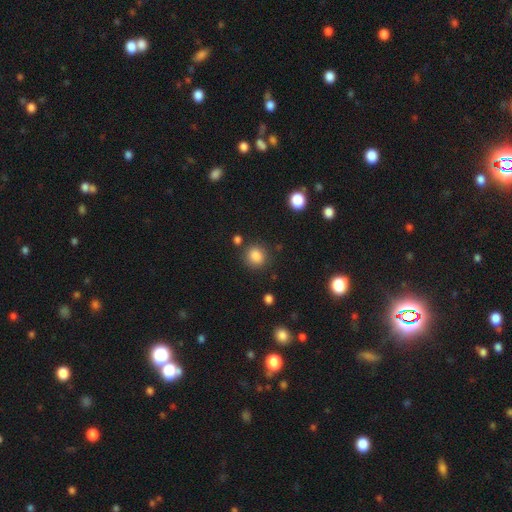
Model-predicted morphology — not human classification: Smooth or featured: smooth — 85% (star or artifact — 11%)
How rounded: round — 82% (in between — 17%)
Merging: none — 83% (minor disturbance — 10%)